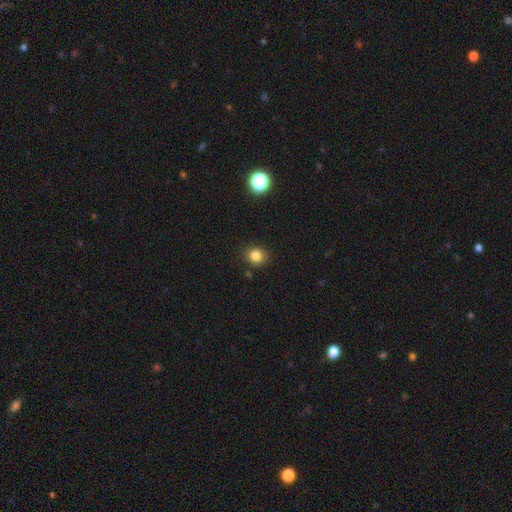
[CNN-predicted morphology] This is clearly a smooth galaxy (82%). How rounded: likely round (74%). Merging: clearly none (86%).